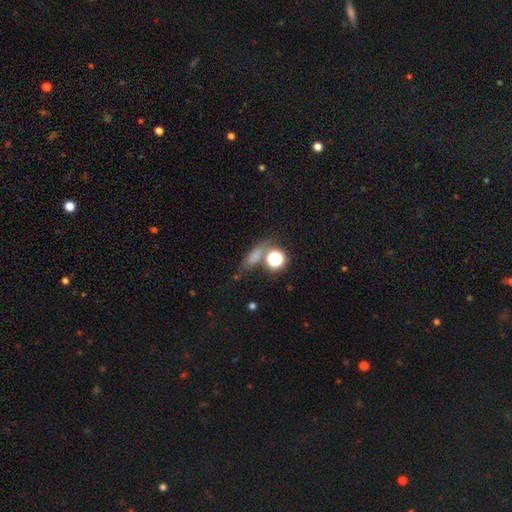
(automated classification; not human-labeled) This is likely a smooth galaxy (66%). How rounded: marginally in between (45%). Merging: likely none (61%).